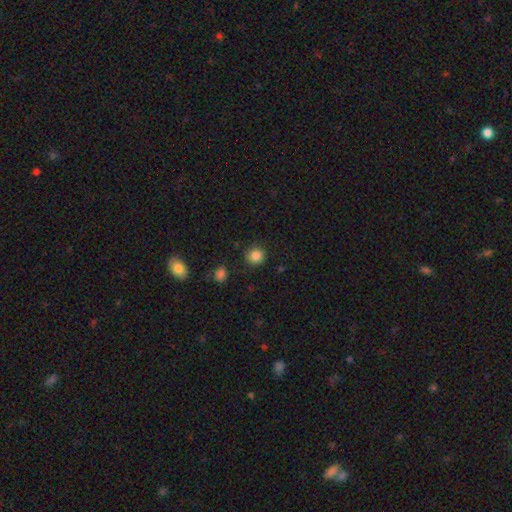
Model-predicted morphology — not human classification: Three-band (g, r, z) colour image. It shows a smooth galaxy with no disk features (85%) that is round (91%). Merging: none (87%).